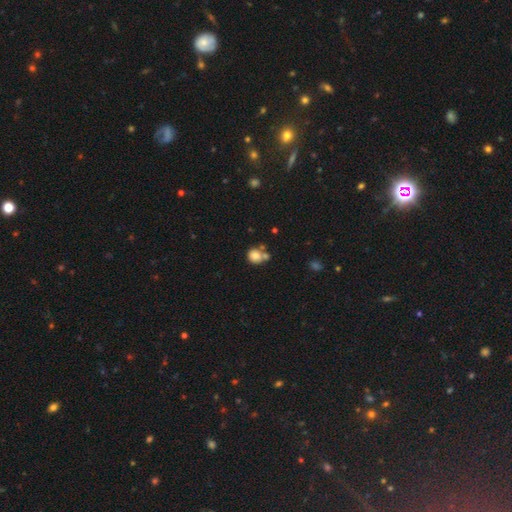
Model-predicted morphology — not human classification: Q: Smooth or featured?
A: smooth (80%); runner-up: star or artifact (10%)
Q: How rounded?
A: round (79%); runner-up: in between (20%)
Q: Merging?
A: none (48%); runner-up: merger (33%)